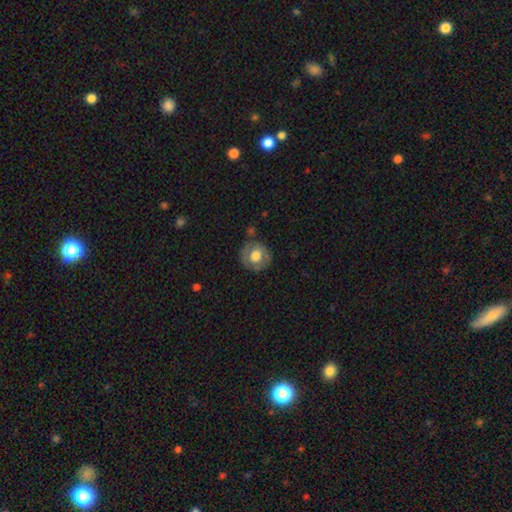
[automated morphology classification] Overall: smooth (59%; featured or disk 34%). How rounded: round (87%). Merging: none (74%).